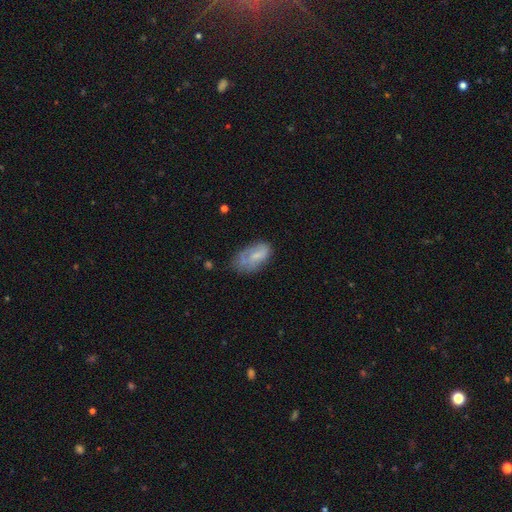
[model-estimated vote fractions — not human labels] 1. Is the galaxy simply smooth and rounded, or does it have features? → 59% smooth, 33% featured or disk, 8% star or artifact.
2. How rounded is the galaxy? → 92% in between, 4% round, 3% cigar-shaped.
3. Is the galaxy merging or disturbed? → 45% none, 34% minor disturbance, 17% major disturbance, 3% merger.